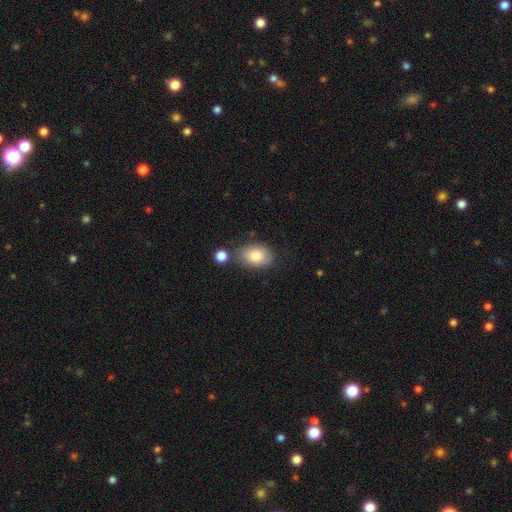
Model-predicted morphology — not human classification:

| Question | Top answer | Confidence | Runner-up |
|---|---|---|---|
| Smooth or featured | smooth | 83% | featured or disk (10%) |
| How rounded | in between | 81% | round (18%) |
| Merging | none | 69% | minor disturbance (17%) |